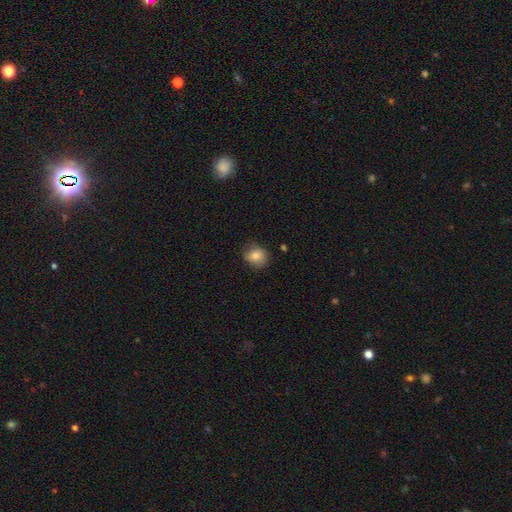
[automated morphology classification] This is likely a smooth galaxy (78%). How rounded: likely round (70%). Merging: likely none (70%).